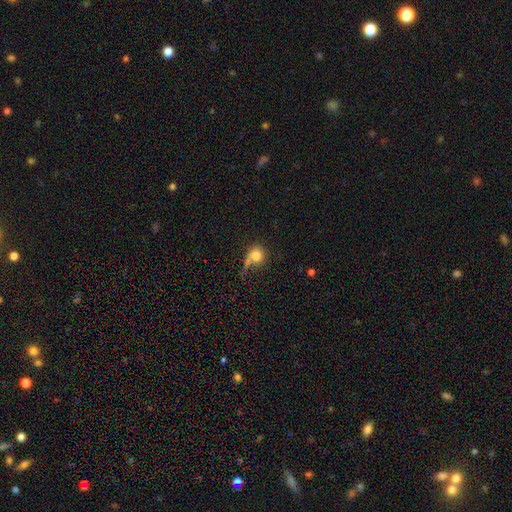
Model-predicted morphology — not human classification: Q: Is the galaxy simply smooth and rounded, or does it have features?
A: smooth — 73%.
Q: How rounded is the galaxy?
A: round — 80%.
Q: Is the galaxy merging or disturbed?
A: none — 37%.